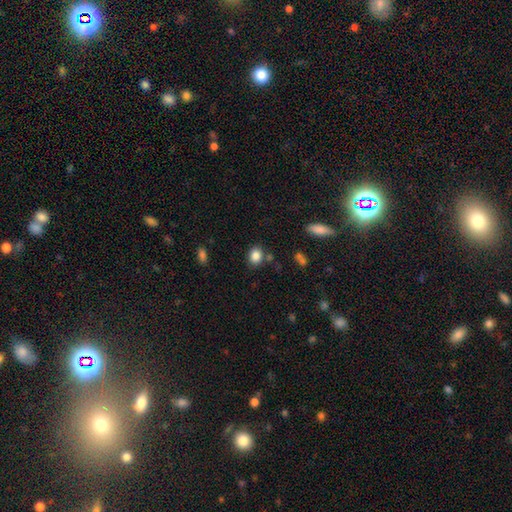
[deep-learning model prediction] A smooth galaxy with no disk features (84%) that is round (50%).

Vote fractions:
- Smooth or featured? smooth: 84% / star or artifact: 10% / featured or disk: 6%
- How rounded? round: 50% / in between: 49% / cigar-shaped: 1%
- Merging? none: 77% / minor disturbance: 12% / merger: 7% / major disturbance: 4%